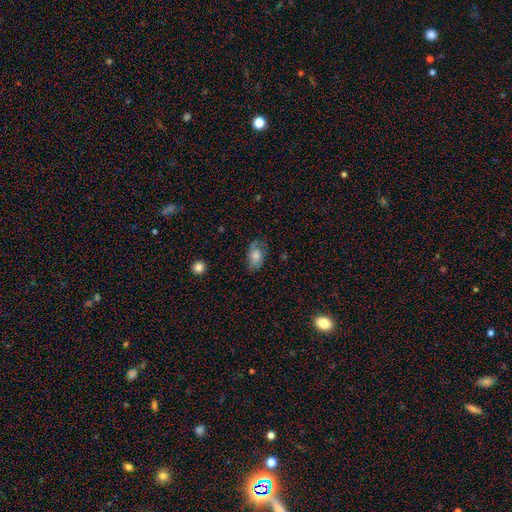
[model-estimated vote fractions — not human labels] This appears to be a smooth galaxy with no disk features (62%) that is in between round and cigar-shaped (87%). Merging: none (62%).